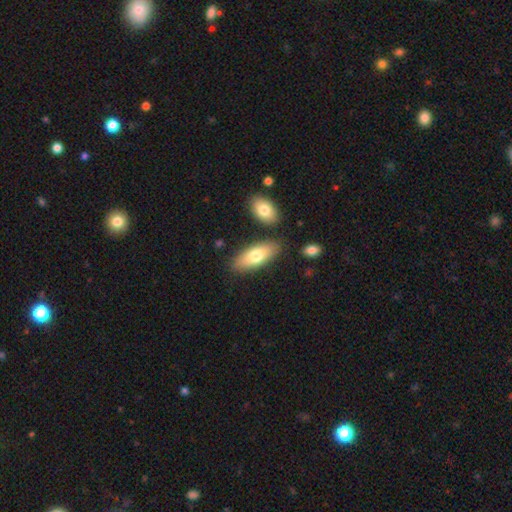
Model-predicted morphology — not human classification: smooth 72%, featured or disk 22%, star or artifact 6%. Down the decision tree: how rounded — in between (79%); merging — none (79%).